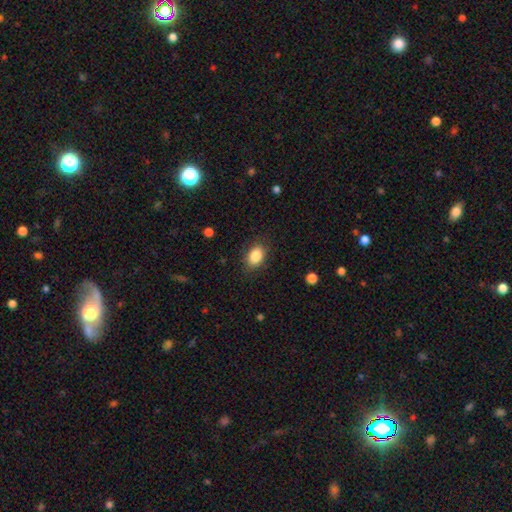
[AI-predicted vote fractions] A smooth galaxy with no disk features (86%) that is in between round and cigar-shaped (77%). Merging: none (85%).